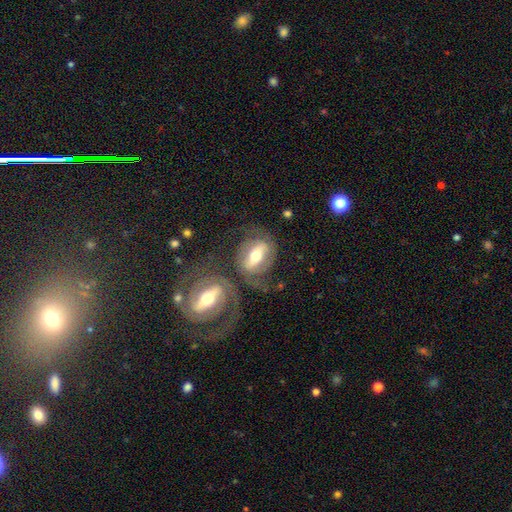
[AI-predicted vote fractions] A featured or disk galaxy (71%) with a strong bar (68%), spiral arms (75%) and a moderate central bulge (68%). Merging: none (45%).